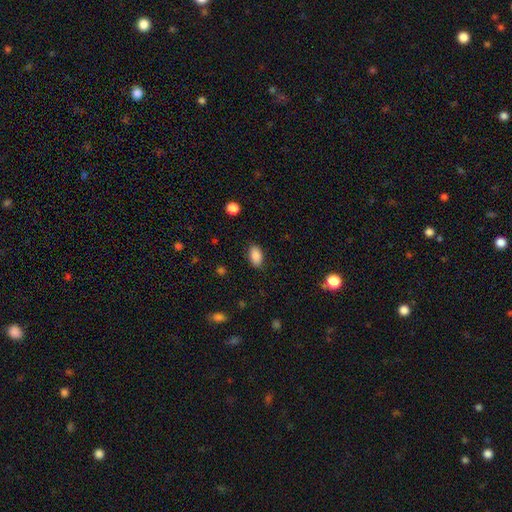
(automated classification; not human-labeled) Smooth or featured? Predicted: smooth (p=0.87). How rounded? Predicted: in between (p=0.92). Merging? Predicted: none (p=0.85).